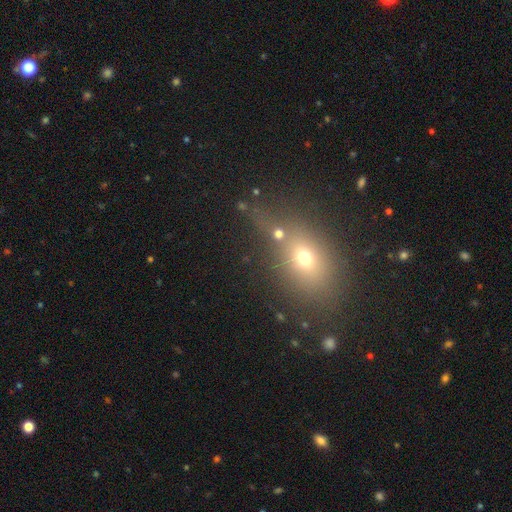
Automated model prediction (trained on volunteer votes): This is possibly a smooth galaxy (52%). How rounded: possibly in between (58%). Merging: likely none (66%).